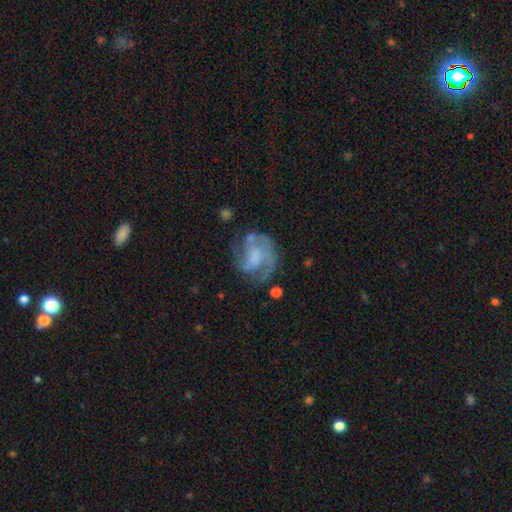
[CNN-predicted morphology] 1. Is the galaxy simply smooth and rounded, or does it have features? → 73% featured or disk, 19% smooth, 8% star or artifact.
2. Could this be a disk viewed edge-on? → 98% no, 2% yes.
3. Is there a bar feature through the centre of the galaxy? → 51% no, 38% weak, 11% strong.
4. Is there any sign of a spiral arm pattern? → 85% yes, 15% no.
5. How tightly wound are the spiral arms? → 44% medium, 34% tight, 22% loose.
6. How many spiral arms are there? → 33% 2, 23% can't tell, 21% 3, 14% 1, 5% 4, 4% more than 4.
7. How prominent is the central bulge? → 36% none, 28% moderate, 24% small, 10% large, 2% dominant.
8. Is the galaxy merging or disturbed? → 52% none, 23% major disturbance, 22% minor disturbance, 4% merger.